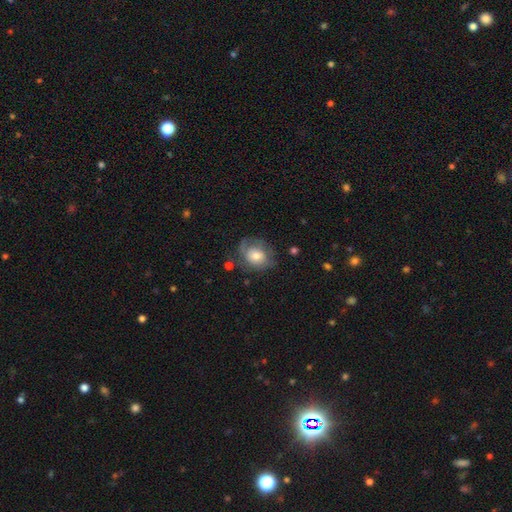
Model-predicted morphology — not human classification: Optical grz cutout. It shows a smooth galaxy with no disk features (57%) that is round (61%). Merging: none (55%).